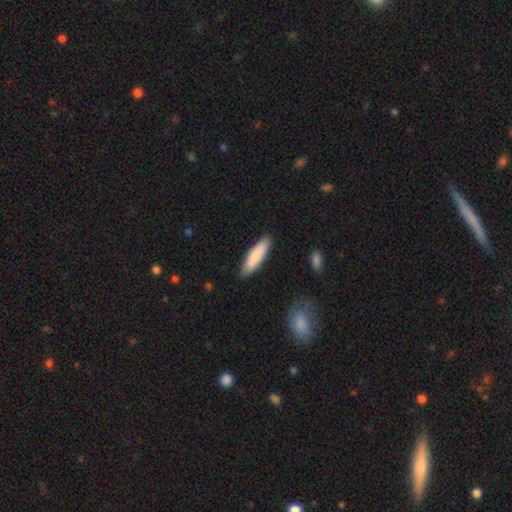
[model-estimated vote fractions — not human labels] smooth 85%, featured or disk 10%, star or artifact 5%. Down the decision tree: how rounded — cigar-shaped (63%); merging — none (87%).